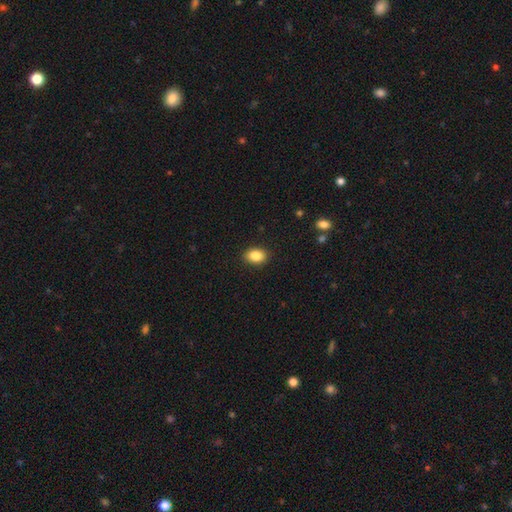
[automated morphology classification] A smooth galaxy with no disk features (87%) that is in between round and cigar-shaped (75%).

Vote fractions:
- Smooth or featured? smooth: 87% / star or artifact: 8% / featured or disk: 5%
- How rounded? in between: 75% / round: 24% / cigar-shaped: 1%
- Merging? none: 89% / minor disturbance: 8% / major disturbance: 2% / merger: 1%